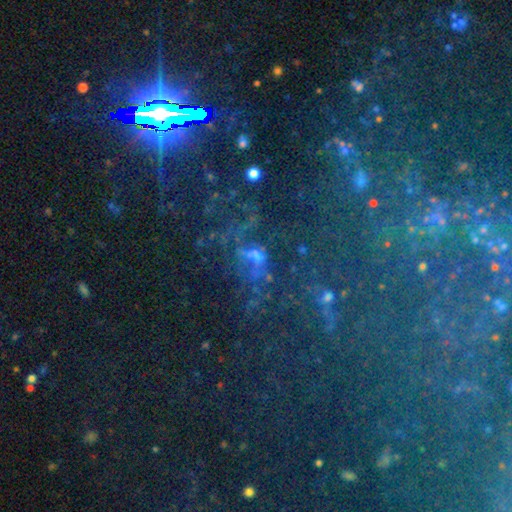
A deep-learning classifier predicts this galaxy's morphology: smooth-or-featured: star or artifact: 42% | featured or disk: 38% | smooth: 21%